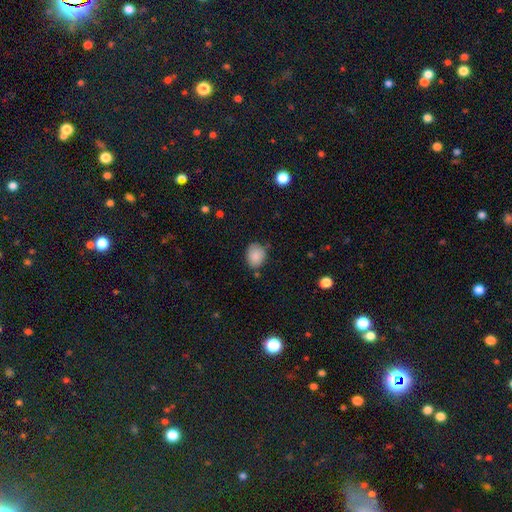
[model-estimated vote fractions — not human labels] Smooth or featured: smooth — 86% (star or artifact — 8%)
How rounded: round — 53% (in between — 46%)
Merging: none — 69% (minor disturbance — 23%)